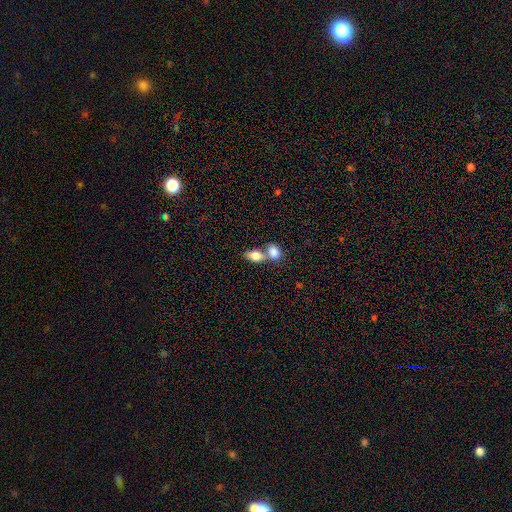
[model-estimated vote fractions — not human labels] Overall: smooth (80%). How rounded: in between (81%). Merging: merger (59%; none 30%).